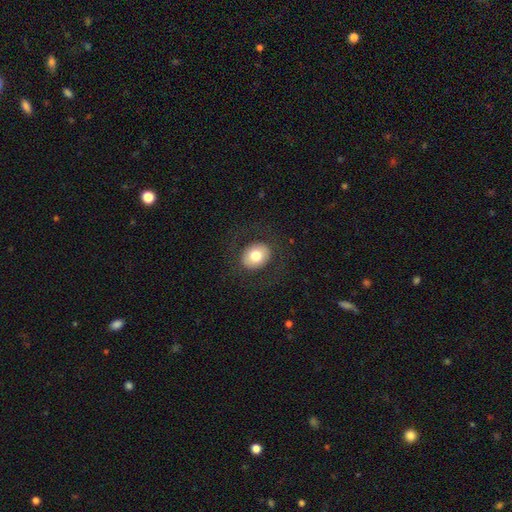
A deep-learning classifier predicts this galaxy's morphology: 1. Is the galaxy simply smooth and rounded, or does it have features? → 73% smooth, 20% featured or disk, 8% star or artifact.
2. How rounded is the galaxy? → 54% round, 45% in between, 1% cigar-shaped.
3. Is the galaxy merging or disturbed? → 82% none, 10% minor disturbance, 7% major disturbance, 1% merger.